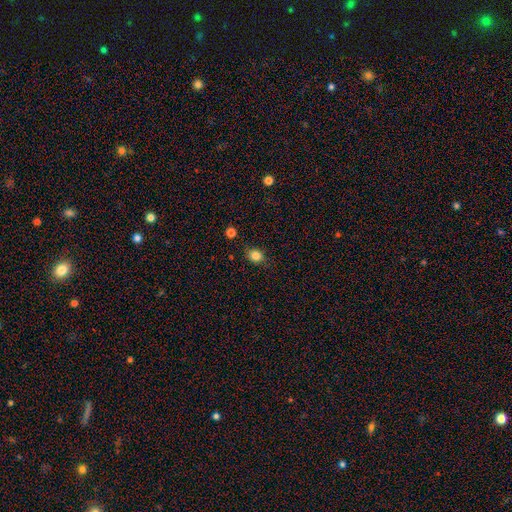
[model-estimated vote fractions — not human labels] smooth_or_featured: smooth (p=0.84) [alt: star or artifact p=0.11]
how_rounded: round (p=0.58) [alt: in between p=0.41]
merging: none (p=0.83) [alt: minor disturbance p=0.13]